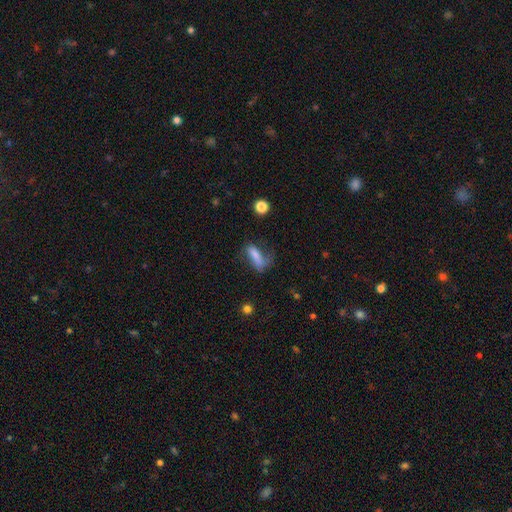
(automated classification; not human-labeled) Smooth or featured? smooth (66%)
How rounded? in between (59%)
Merging? major disturbance (36%)